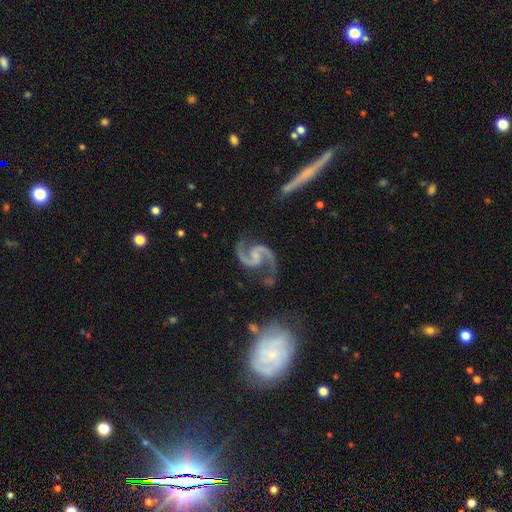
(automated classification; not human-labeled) A featured or disk galaxy (94%) with no bar (48%), 2 (95%) medium (58%) spiral arms (99%) and a small central bulge (41%). Merging: none (72%).